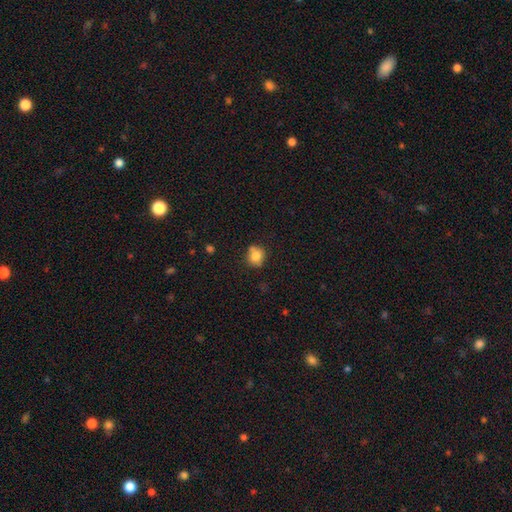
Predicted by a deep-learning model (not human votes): A smooth galaxy with no disk features (80%) that is round (82%). Merging: none (70%).